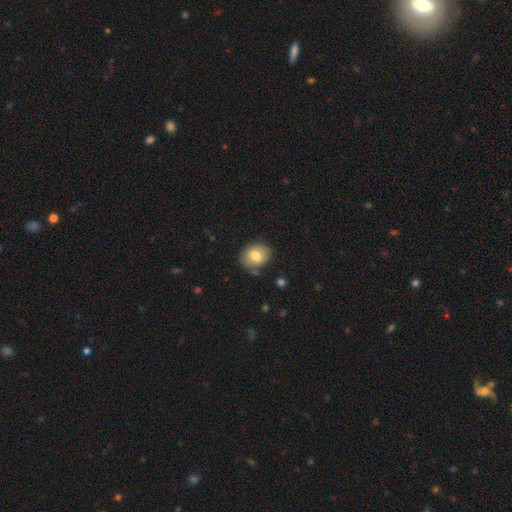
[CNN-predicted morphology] Smooth or featured?
  - smooth: 79% *
  - featured or disk: 12%
  - star or artifact: 9%
How rounded?
  - round: 52% *
  - in between: 47%
  - cigar-shaped: 1%
Merging?
  - none: 80% *
  - minor disturbance: 14%
  - merger: 3%
  - major disturbance: 3%